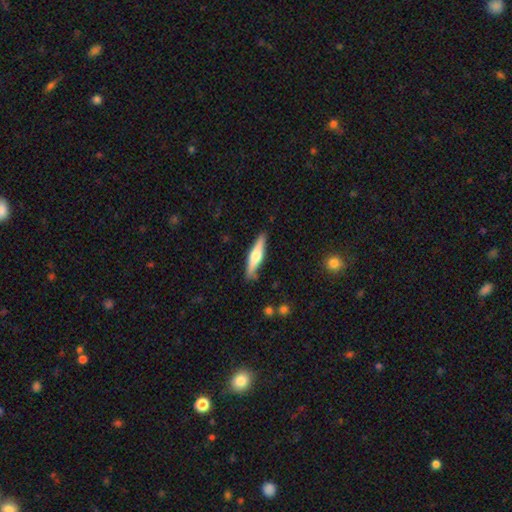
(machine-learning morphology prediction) A featured or disk galaxy (51%) viewed edge-on (95%).

Vote fractions:
- Smooth or featured? featured or disk: 51% / smooth: 43% / star or artifact: 5%
- Edge-on disk? yes: 95% / no: 5%
- Merging? none: 86% / minor disturbance: 10% / major disturbance: 2% / merger: 2%